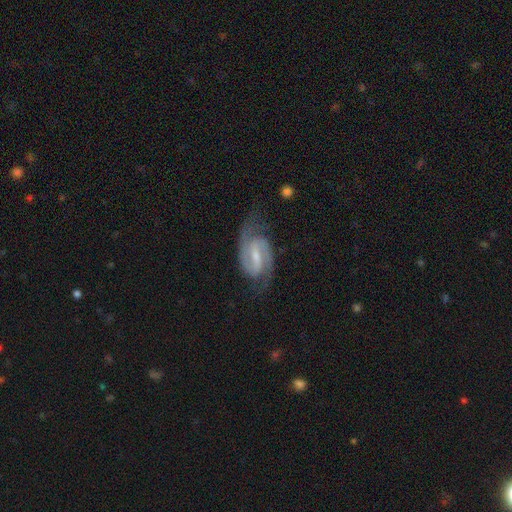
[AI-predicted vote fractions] This appears to be a featured or disk galaxy (91%) with a weak bar (45%), 2 (93%) medium (55%) spiral arms (98%) and a small central bulge (53%). Merging: none (76%).